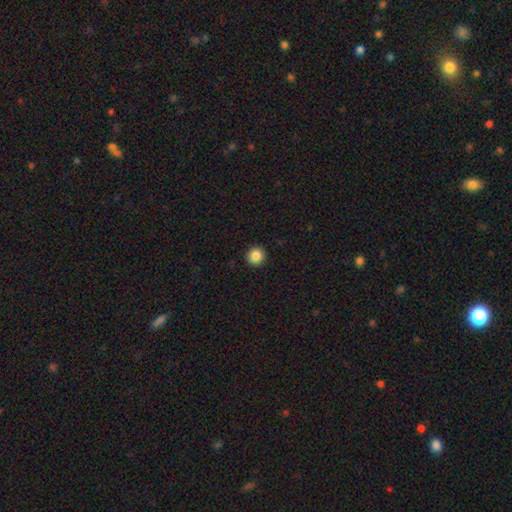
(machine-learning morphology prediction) smooth 86%, star or artifact 10%, featured or disk 4%. Down the decision tree: how rounded — round (93%); merging — none (93%).